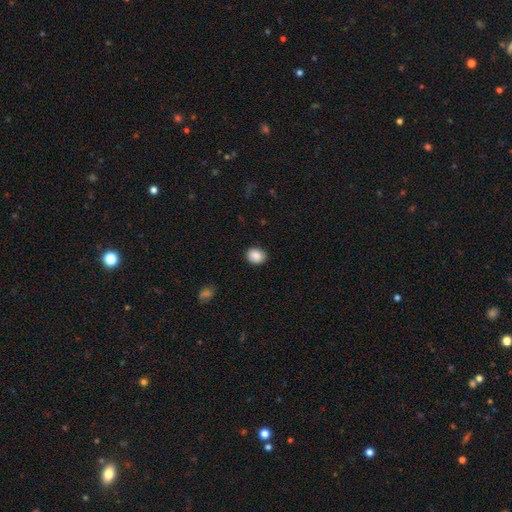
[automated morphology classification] Smooth or featured? smooth (88%)
How rounded? round (59%)
Merging? none (86%)